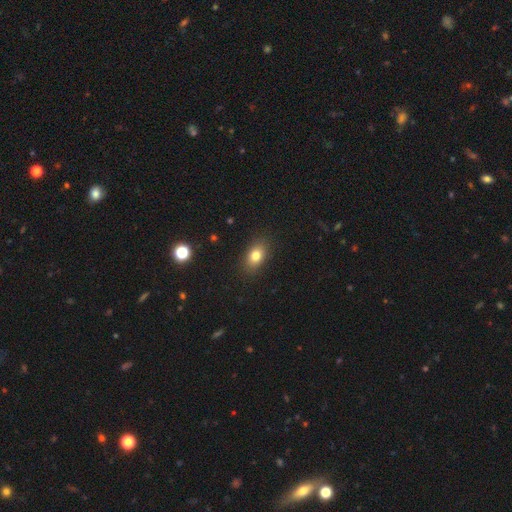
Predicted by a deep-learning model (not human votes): Q: Smooth or featured?
A: smooth (79%); runner-up: star or artifact (11%)
Q: How rounded?
A: in between (77%); runner-up: round (21%)
Q: Merging?
A: none (87%); runner-up: minor disturbance (9%)